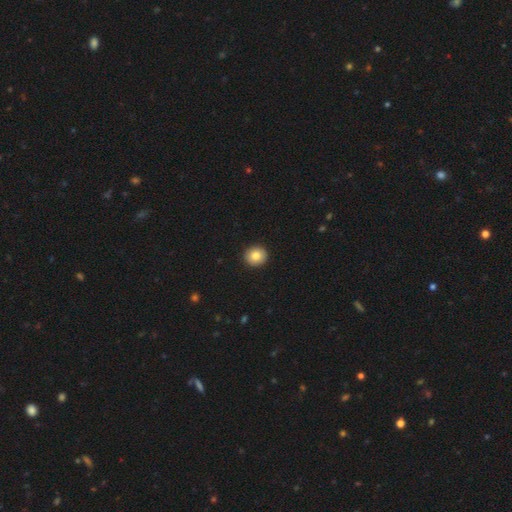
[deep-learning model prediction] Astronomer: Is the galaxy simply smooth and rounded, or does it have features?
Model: smooth — 84%.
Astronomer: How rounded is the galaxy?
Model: round — 90%.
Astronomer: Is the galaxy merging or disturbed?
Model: none — 93%.